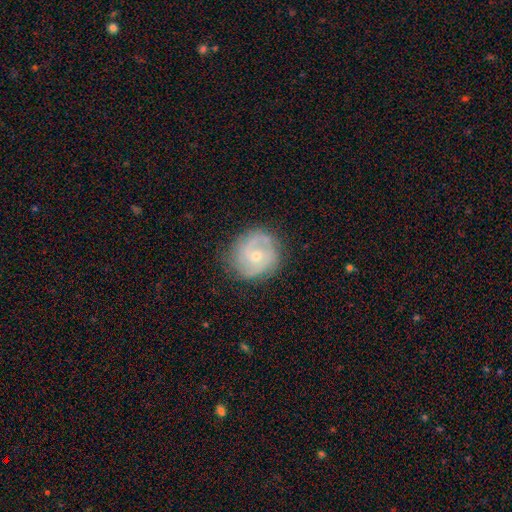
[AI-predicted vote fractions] A featured or disk galaxy (76%) with no bar (68%), 2 (50%) tight (53%) spiral arms (92%) and a small central bulge (58%). Merging: none (80%).